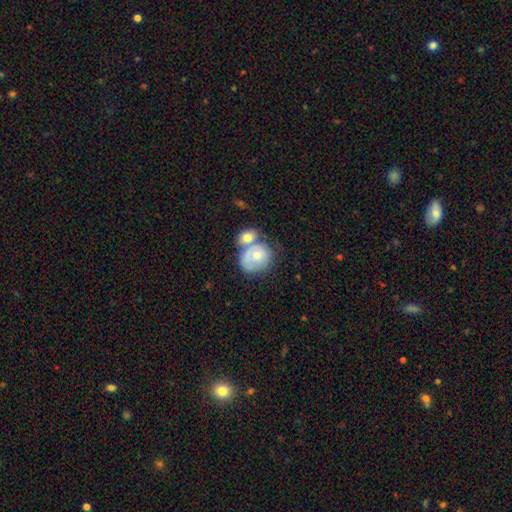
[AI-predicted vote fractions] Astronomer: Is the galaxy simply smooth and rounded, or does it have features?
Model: smooth — 62%.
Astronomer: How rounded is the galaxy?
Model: round — 61% (runner-up: in between, 38%).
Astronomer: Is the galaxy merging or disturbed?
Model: merger — 49% (runner-up: none, 26%).